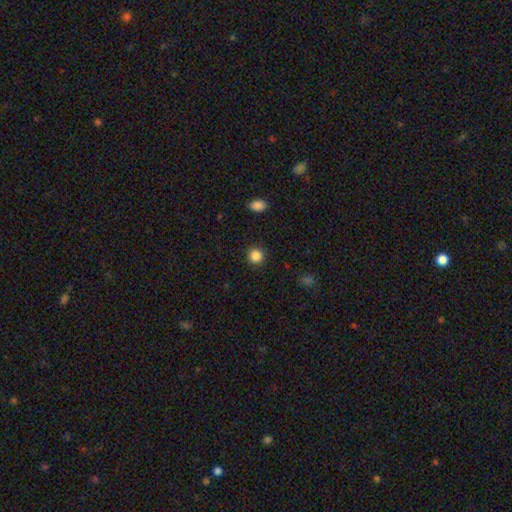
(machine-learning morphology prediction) Smooth or featured? Predicted: smooth (p=0.86). How rounded? Predicted: round (p=0.93). Merging? Predicted: none (p=0.91).